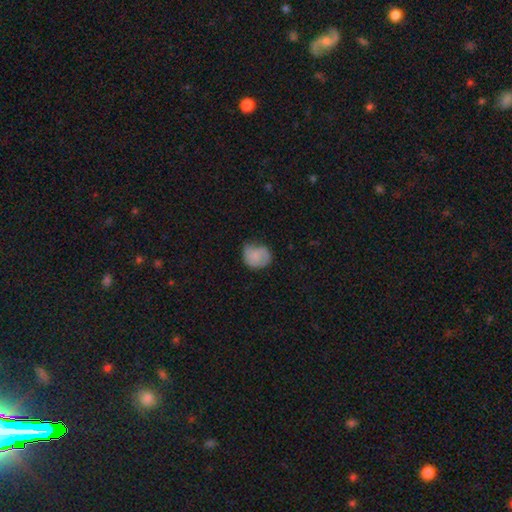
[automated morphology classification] This appears to be a smooth galaxy with no disk features (74%) that is round (70%). Merging: minor disturbance (42%, tied with none).